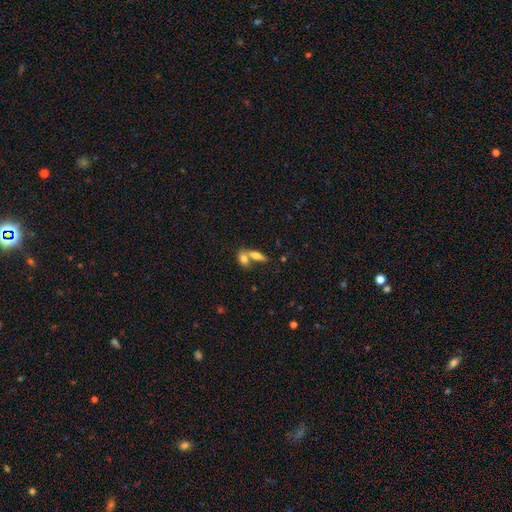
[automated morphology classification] Smooth or featured? smooth (70%)
How rounded? in between (67%)
Merging? merger (52%)